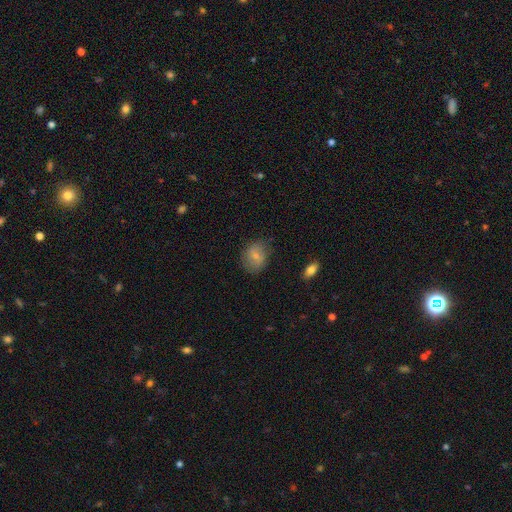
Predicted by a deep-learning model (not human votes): Q: Smooth or featured?
A: smooth (74%); runner-up: featured or disk (18%)
Q: How rounded?
A: in between (50%); runner-up: round (49%)
Q: Merging?
A: none (73%); runner-up: minor disturbance (20%)